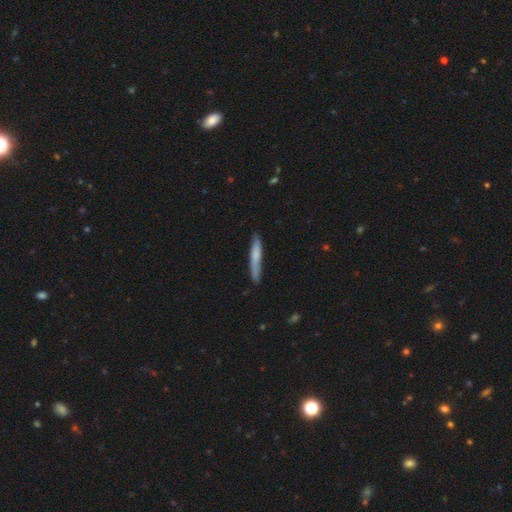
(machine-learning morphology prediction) This appears to be a smooth galaxy with no disk features (69%) that is cigar-shaped (93%). Merging: none (80%).